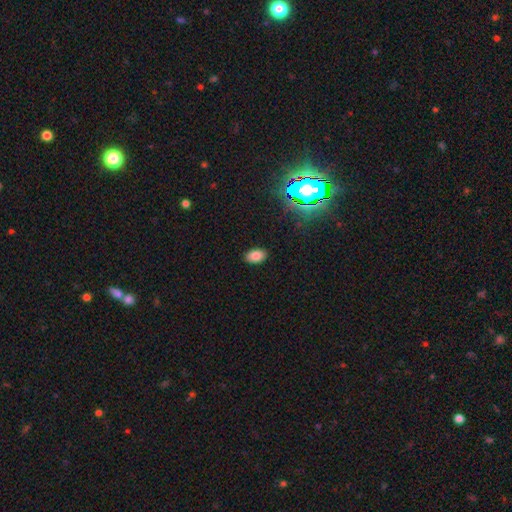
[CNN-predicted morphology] smooth_or_featured: smooth (p=0.81) [alt: star or artifact p=0.13]
how_rounded: in between (p=0.91) [alt: round p=0.08]
merging: none (p=0.88) [alt: minor disturbance p=0.09]